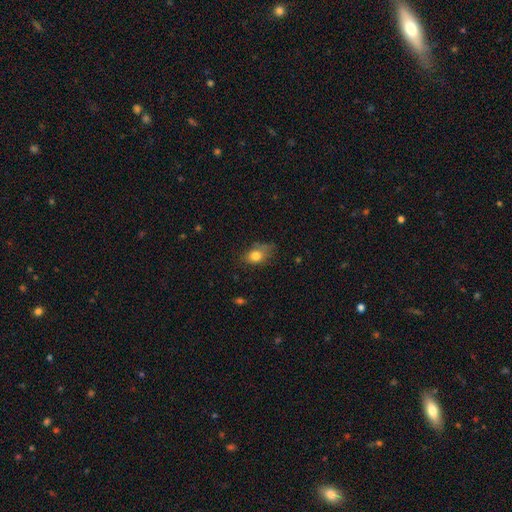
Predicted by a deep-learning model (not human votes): Smooth or featured?
  - smooth: 79% *
  - featured or disk: 11%
  - star or artifact: 10%
How rounded?
  - in between: 71% *
  - round: 27%
  - cigar-shaped: 2%
Merging?
  - none: 56% *
  - minor disturbance: 32%
  - major disturbance: 10%
  - merger: 2%